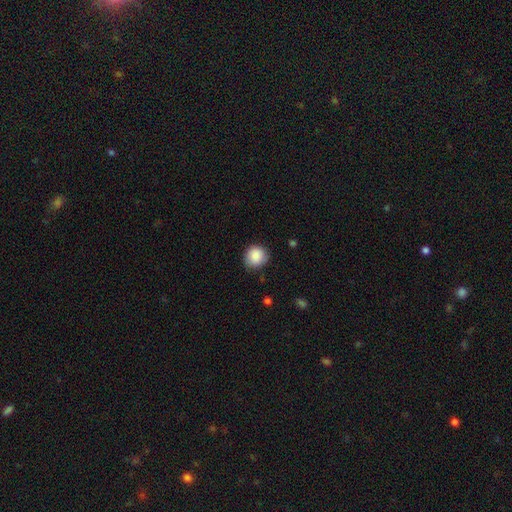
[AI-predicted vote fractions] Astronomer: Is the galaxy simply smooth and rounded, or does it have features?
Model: smooth — 88%.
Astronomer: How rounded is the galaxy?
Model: round — 88%.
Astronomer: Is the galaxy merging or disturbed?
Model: none — 82%.